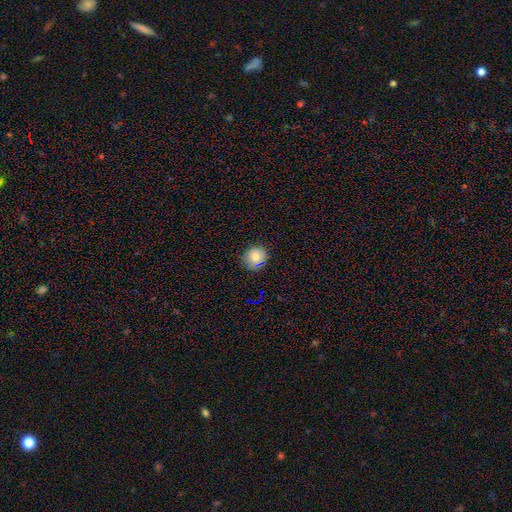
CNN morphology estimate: Smooth or featured: smooth — 75% (star or artifact — 14%)
How rounded: round — 87% (in between — 12%)
Merging: none — 81% (minor disturbance — 13%)